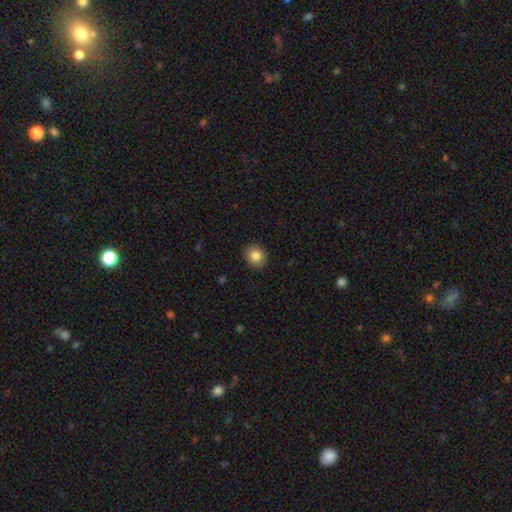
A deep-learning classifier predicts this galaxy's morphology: A smooth galaxy with no disk features (83%) that is round (83%).

Vote fractions:
- Smooth or featured? smooth: 83% / star or artifact: 10% / featured or disk: 7%
- How rounded? round: 83% / in between: 16% / cigar-shaped: 1%
- Merging? none: 91% / minor disturbance: 6% / major disturbance: 2% / merger: 1%